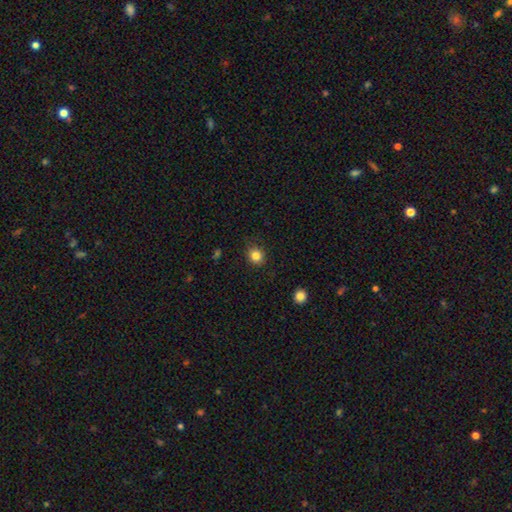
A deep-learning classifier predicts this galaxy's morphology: Smooth or featured? Predicted: smooth (p=0.83). How rounded? Predicted: round (p=0.81). Merging? Predicted: none (p=0.86).